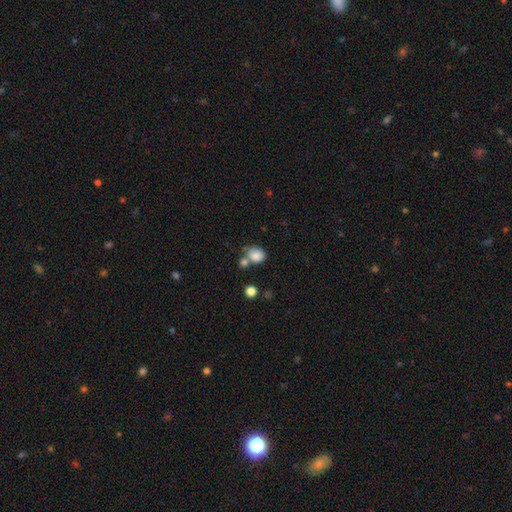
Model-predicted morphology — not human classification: This is clearly a smooth galaxy (82%). How rounded: likely round (62%). Merging: possibly none (46%).